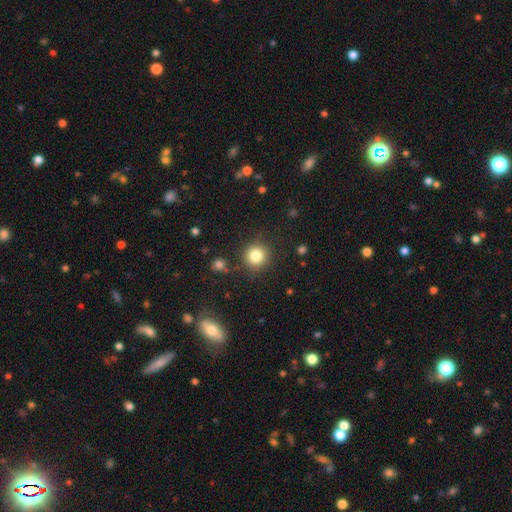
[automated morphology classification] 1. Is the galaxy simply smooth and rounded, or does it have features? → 82% smooth, 12% star or artifact, 6% featured or disk.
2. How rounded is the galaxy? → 92% round, 7% in between, 1% cigar-shaped.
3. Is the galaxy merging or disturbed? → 85% none, 9% minor disturbance, 3% major disturbance, 3% merger.